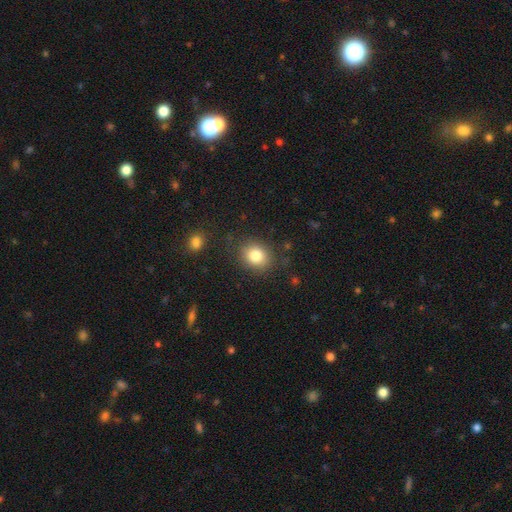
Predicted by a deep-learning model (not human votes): Overall: smooth (82%). How rounded: round (67%; in between 32%). Merging: none (83%).